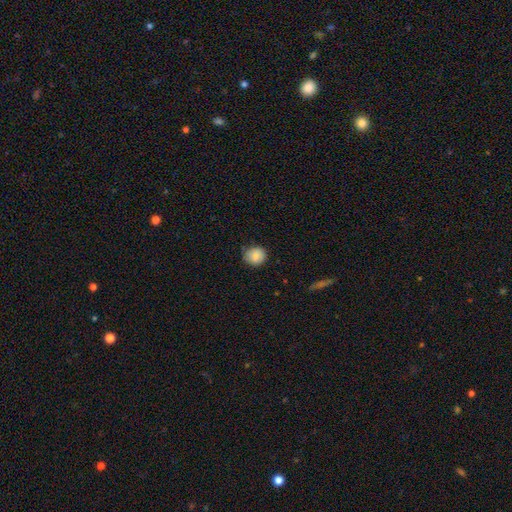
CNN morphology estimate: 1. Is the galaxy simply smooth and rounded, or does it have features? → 86% smooth, 8% star or artifact, 6% featured or disk.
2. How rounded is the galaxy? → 82% round, 17% in between, 1% cigar-shaped.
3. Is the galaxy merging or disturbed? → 80% none, 16% minor disturbance, 3% major disturbance, 1% merger.